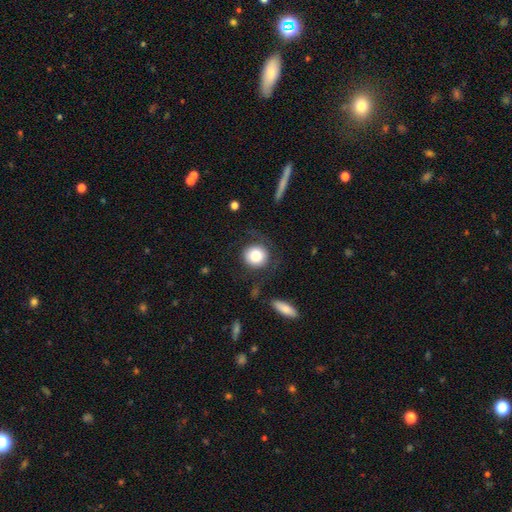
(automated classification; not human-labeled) smooth_or_featured: smooth (p=0.82) [alt: featured or disk p=0.11]
how_rounded: round (p=0.88) [alt: in between p=0.11]
merging: none (p=0.71) [alt: minor disturbance p=0.16]